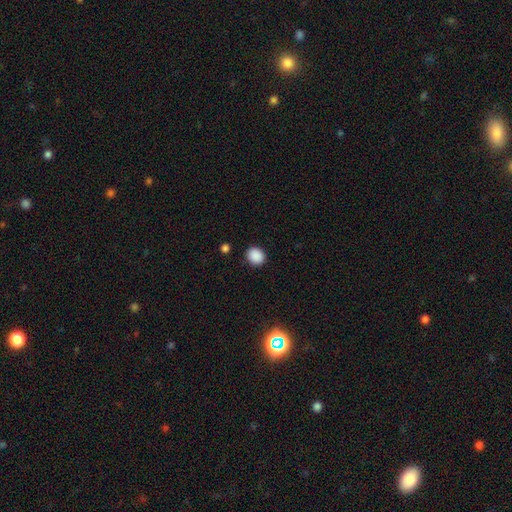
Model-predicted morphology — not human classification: smooth-or-featured: smooth: 88% | star or artifact: 9% | featured or disk: 2%
  how-rounded: round: 70% | in between: 29% | cigar-shaped: 1%
  merging: none: 89% | minor disturbance: 7% | major disturbance: 2% | merger: 2%